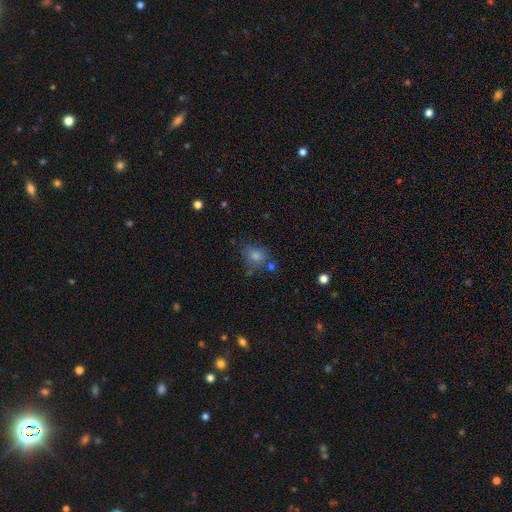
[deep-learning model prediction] smooth_or_featured: smooth (p=0.70) [alt: star or artifact p=0.20]
how_rounded: round (p=0.66) [alt: in between p=0.33]
merging: none (p=0.67) [alt: minor disturbance p=0.17]